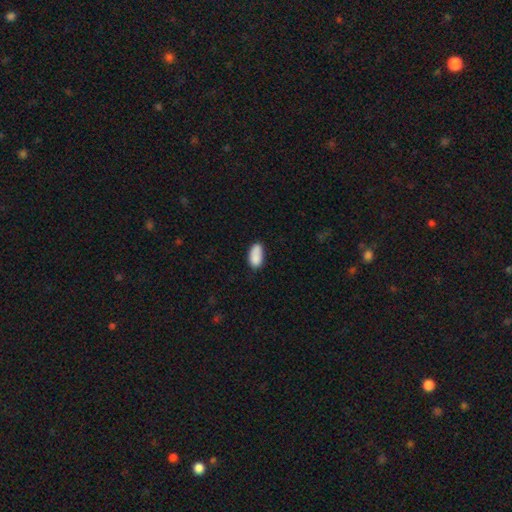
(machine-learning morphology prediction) Smooth or featured?
  - smooth: 86% *
  - star or artifact: 7%
  - featured or disk: 7%
How rounded?
  - in between: 92% *
  - cigar-shaped: 5%
  - round: 4%
Merging?
  - none: 64% *
  - minor disturbance: 24%
  - merger: 7%
  - major disturbance: 5%